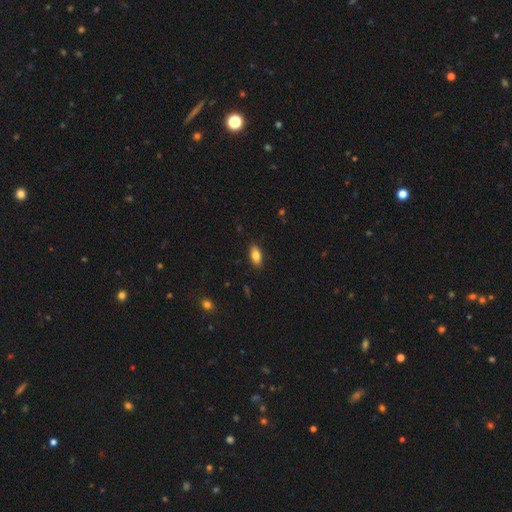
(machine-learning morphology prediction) type=smooth (82%); roundness=in between (89%); merging=none (88%).